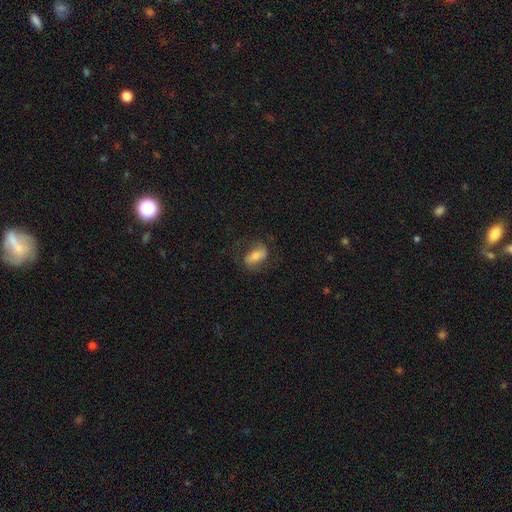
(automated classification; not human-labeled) Smooth or featured?
  - smooth: 53% *
  - featured or disk: 37%
  - star or artifact: 9%
How rounded?
  - in between: 84% *
  - round: 10%
  - cigar-shaped: 6%
Merging?
  - none: 66% *
  - minor disturbance: 19%
  - major disturbance: 13%
  - merger: 1%